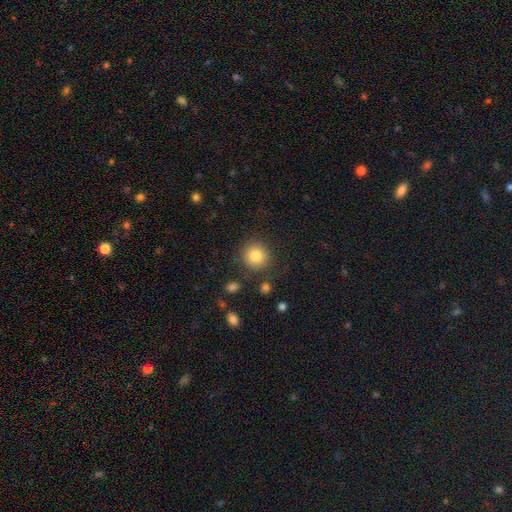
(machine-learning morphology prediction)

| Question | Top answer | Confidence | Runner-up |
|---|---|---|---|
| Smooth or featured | smooth | 82% | star or artifact (10%) |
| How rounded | round | 92% | in between (7%) |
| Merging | none | 86% | minor disturbance (8%) |